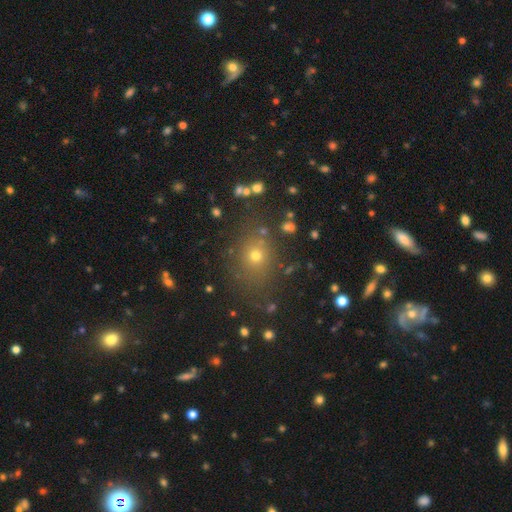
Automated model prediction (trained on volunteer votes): smooth-or-featured: smooth: 66% | star or artifact: 24% | featured or disk: 10%
  how-rounded: round: 69% | in between: 30% | cigar-shaped: 1%
  merging: none: 81% | minor disturbance: 11% | major disturbance: 5% | merger: 4%